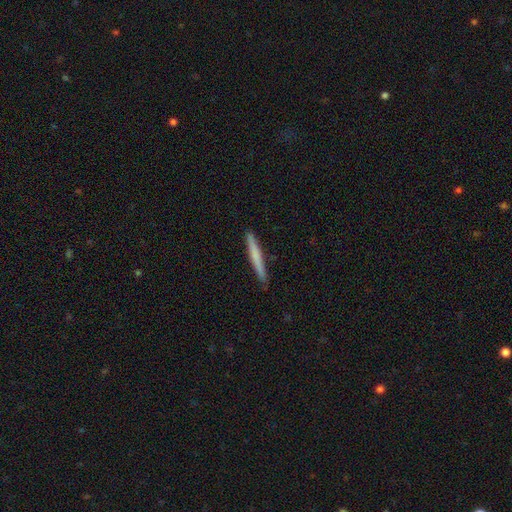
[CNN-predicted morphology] Smooth or featured?
  - smooth: 64% *
  - featured or disk: 31%
  - star or artifact: 5%
How rounded?
  - cigar-shaped: 97% *
  - in between: 2%
  - round: 1%
Merging?
  - none: 90% *
  - minor disturbance: 7%
  - major disturbance: 1%
  - merger: 1%